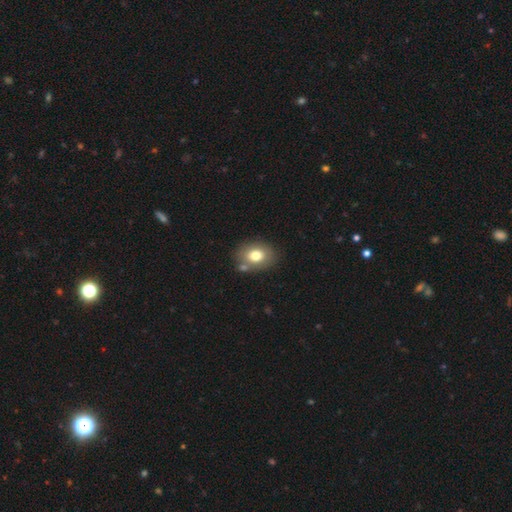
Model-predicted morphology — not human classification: A smooth galaxy with no disk features (76%) that is in between round and cigar-shaped (69%).

Vote fractions:
- Smooth or featured? smooth: 76% / featured or disk: 16% / star or artifact: 9%
- How rounded? in between: 69% / round: 30% / cigar-shaped: 1%
- Merging? none: 71% / minor disturbance: 14% / merger: 12% / major disturbance: 4%